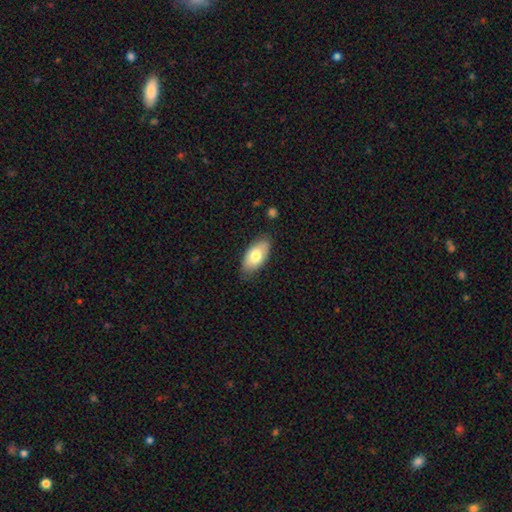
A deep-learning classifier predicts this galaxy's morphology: type=smooth (74%); roundness=in between (93%); merging=none (80%).